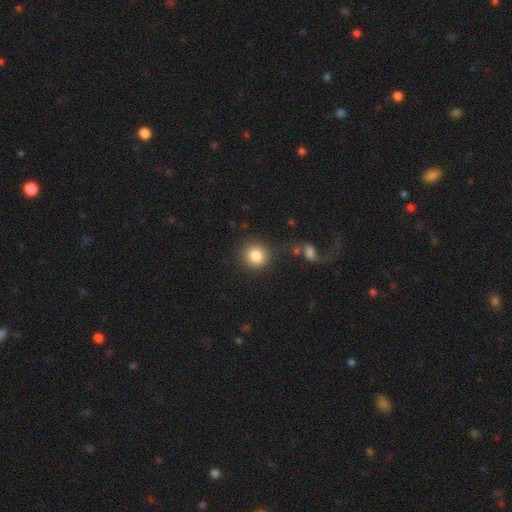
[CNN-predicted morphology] Smooth or featured: smooth — 85% (star or artifact — 9%)
How rounded: round — 90% (in between — 9%)
Merging: none — 82% (minor disturbance — 8%)